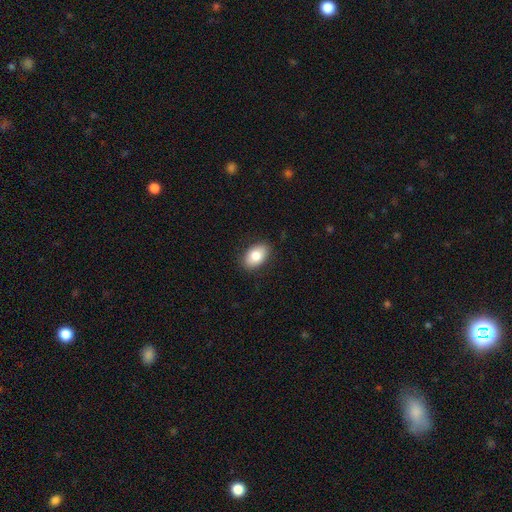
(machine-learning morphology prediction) Smooth or featured? smooth (82%)
How rounded? in between (89%)
Merging? none (88%)